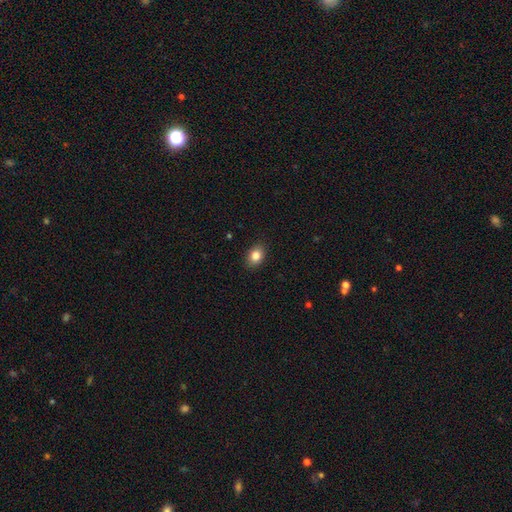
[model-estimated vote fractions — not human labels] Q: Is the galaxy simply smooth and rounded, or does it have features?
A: smooth — 84%.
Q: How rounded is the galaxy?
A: in between — 70%.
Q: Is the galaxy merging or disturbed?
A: none — 89%.